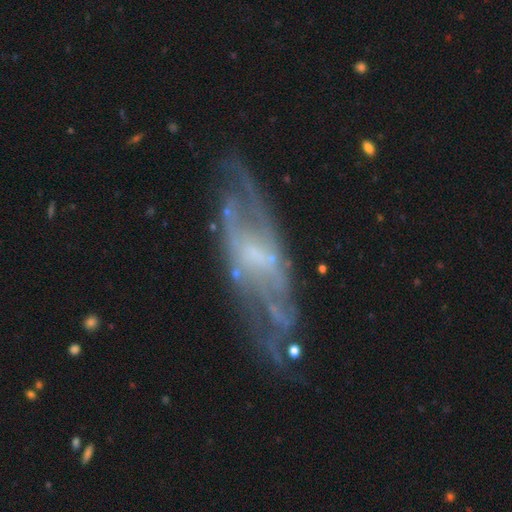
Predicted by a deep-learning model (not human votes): smooth_or_featured: featured or disk (p=0.80) [alt: smooth p=0.13]
disk_edge_on: no (p=0.77) [alt: yes p=0.23]
bar: weak (p=0.45) [alt: no p=0.40]
has_spiral_arms: yes (p=0.78) [alt: no p=0.22]
bulge_size: small (p=0.45) [alt: moderate p=0.25]
merging: none (p=0.66) [alt: minor disturbance p=0.19]